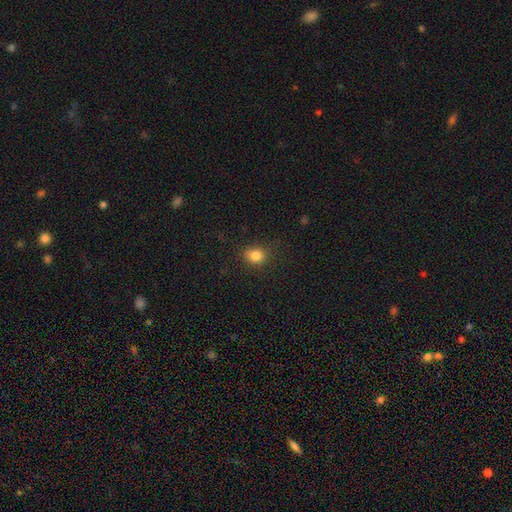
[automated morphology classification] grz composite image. It shows a smooth galaxy with no disk features (82%) that is round (68%). Merging: none (82%).